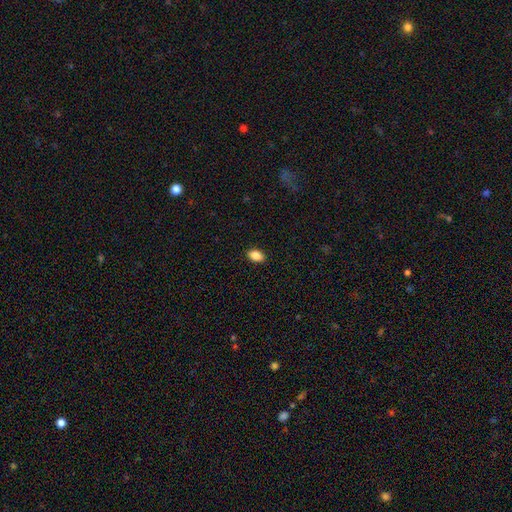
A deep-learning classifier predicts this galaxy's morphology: Q: Smooth or featured?
A: smooth (87%); runner-up: star or artifact (8%)
Q: How rounded?
A: in between (88%); runner-up: round (10%)
Q: Merging?
A: none (90%); runner-up: minor disturbance (7%)